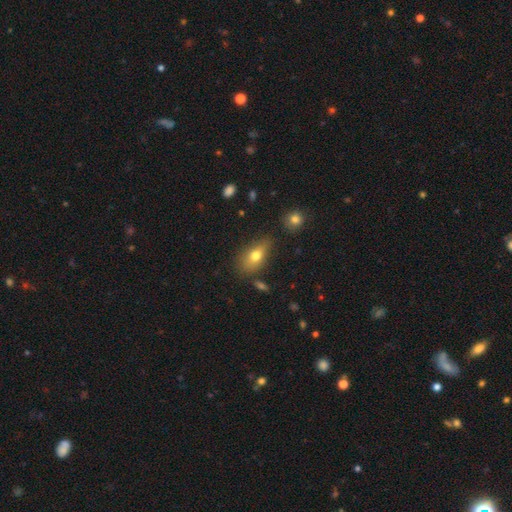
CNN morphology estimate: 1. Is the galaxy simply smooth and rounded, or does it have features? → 71% smooth, 19% featured or disk, 10% star or artifact.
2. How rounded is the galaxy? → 81% in between, 12% round, 7% cigar-shaped.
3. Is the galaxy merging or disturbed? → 68% none, 21% minor disturbance, 7% major disturbance, 5% merger.